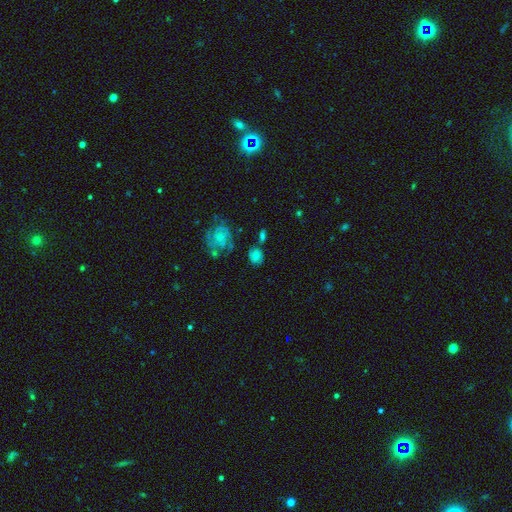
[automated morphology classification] featured or disk 47%, smooth 42%, star or artifact 12%. Down the decision tree: merging — none (63%).